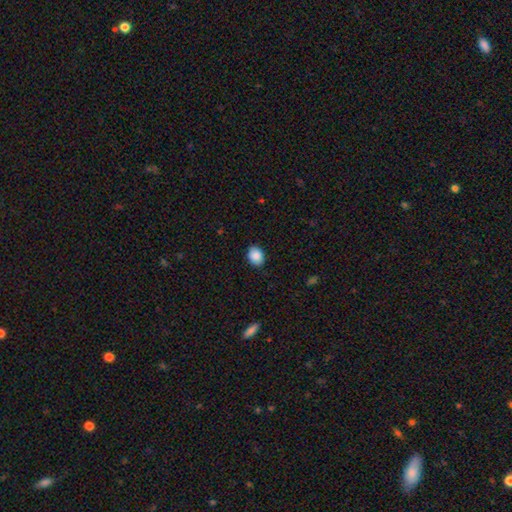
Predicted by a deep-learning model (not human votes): Smooth or featured: smooth — 88% (star or artifact — 8%)
How rounded: in between — 61% (round — 38%)
Merging: none — 86% (minor disturbance — 11%)